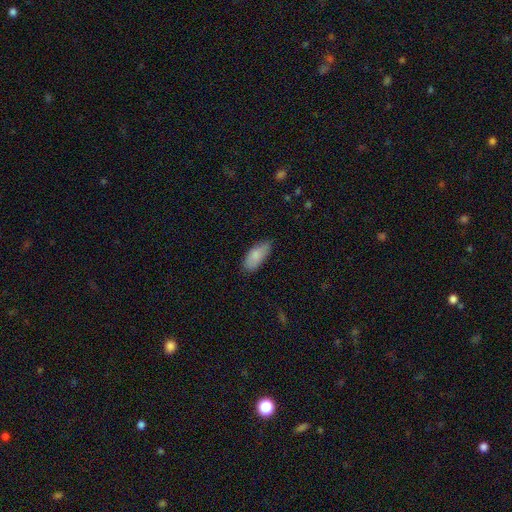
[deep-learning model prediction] Smooth or featured: smooth — 84% (featured or disk — 9%)
How rounded: in between — 86% (cigar-shaped — 12%)
Merging: none — 69% (minor disturbance — 25%)